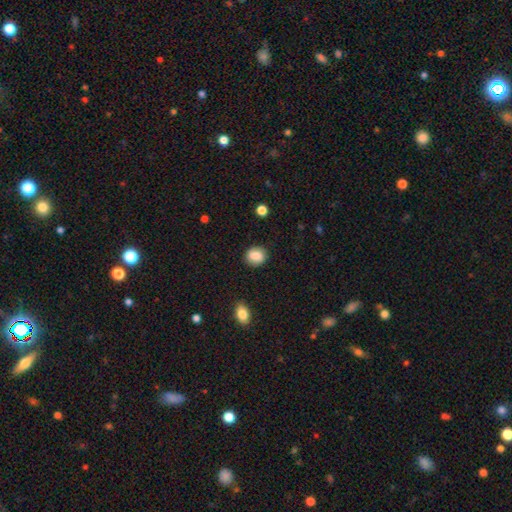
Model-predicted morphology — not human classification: This appears to be a smooth galaxy with no disk features (85%) that is round (62%). Merging: none (85%).